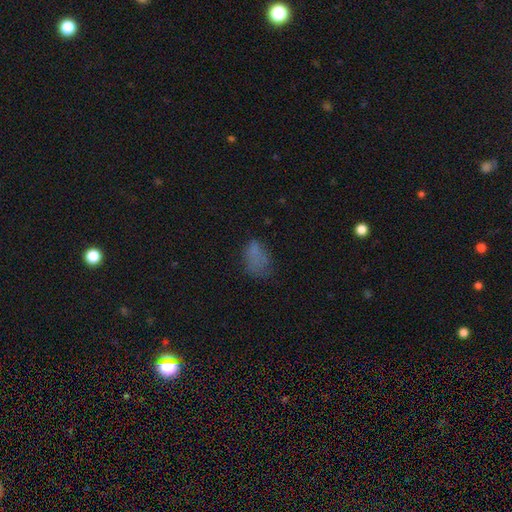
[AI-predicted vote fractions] smooth_or_featured: smooth (p=0.67) [alt: star or artifact p=0.18]
how_rounded: in between (p=0.85) [alt: round p=0.12]
merging: none (p=0.46) [alt: minor disturbance p=0.27]